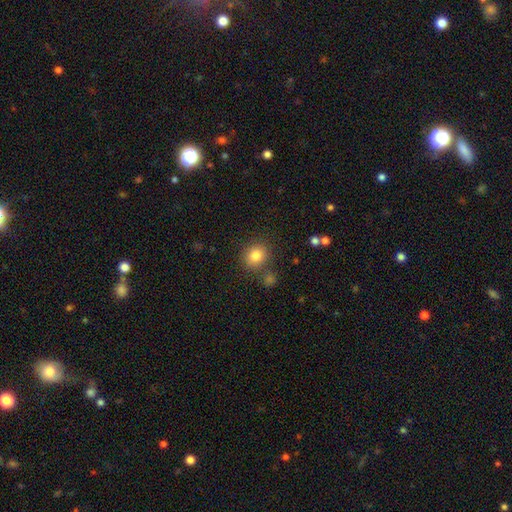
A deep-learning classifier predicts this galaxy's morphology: Smooth or featured? Predicted: smooth (p=0.83). How rounded? Predicted: round (p=0.78). Merging? Predicted: none (p=0.79).